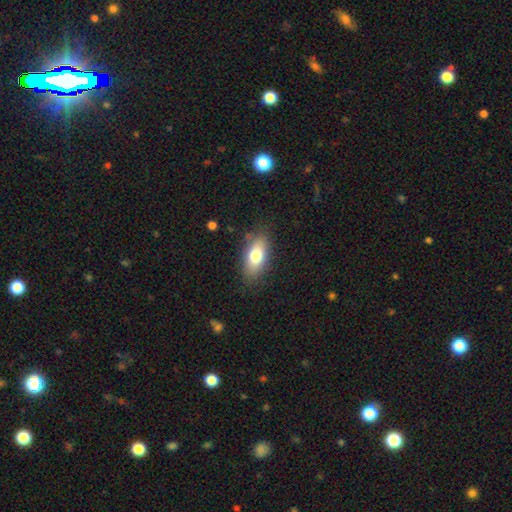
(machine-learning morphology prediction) Smooth or featured?
  - smooth: 73% *
  - featured or disk: 19%
  - star or artifact: 8%
How rounded?
  - in between: 84% *
  - cigar-shaped: 10%
  - round: 6%
Merging?
  - none: 83% *
  - minor disturbance: 12%
  - major disturbance: 3%
  - merger: 1%